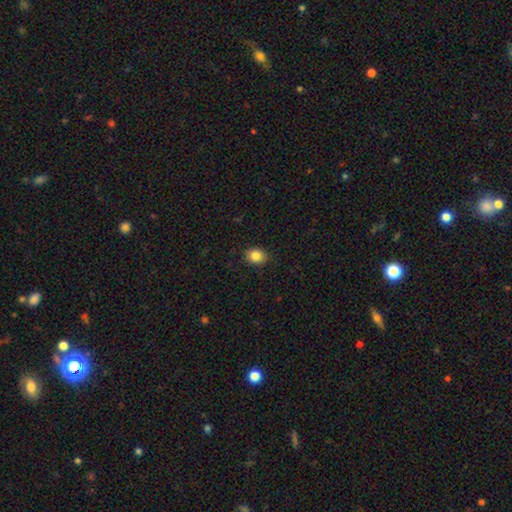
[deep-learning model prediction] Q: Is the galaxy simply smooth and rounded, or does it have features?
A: smooth — 85%.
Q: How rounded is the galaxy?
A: round — 54%.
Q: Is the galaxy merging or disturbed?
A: none — 88%.